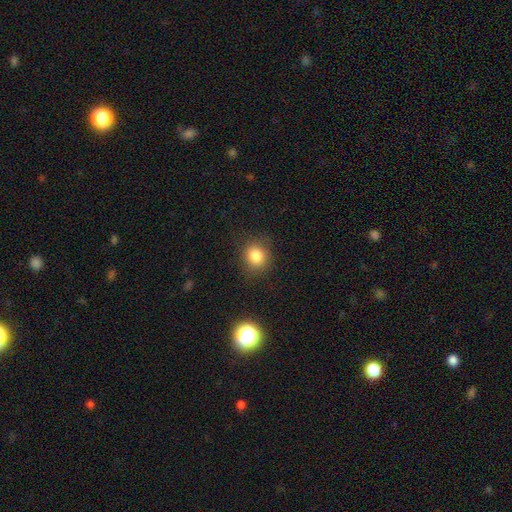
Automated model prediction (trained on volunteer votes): Smooth or featured? Predicted: smooth (p=0.81). How rounded? Predicted: round (p=0.76). Merging? Predicted: none (p=0.84).